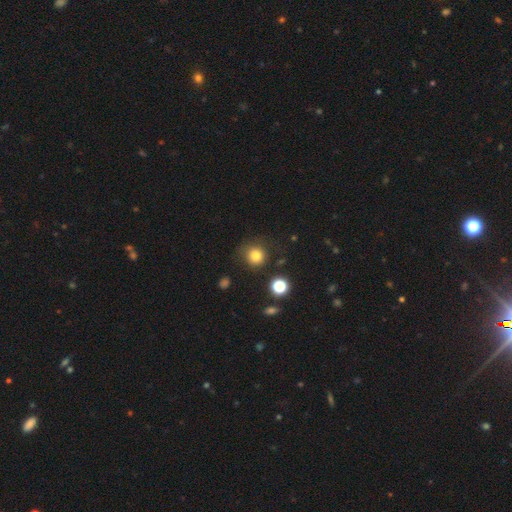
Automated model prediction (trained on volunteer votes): Overall: smooth (80%). How rounded: round (89%). Merging: none (76%).